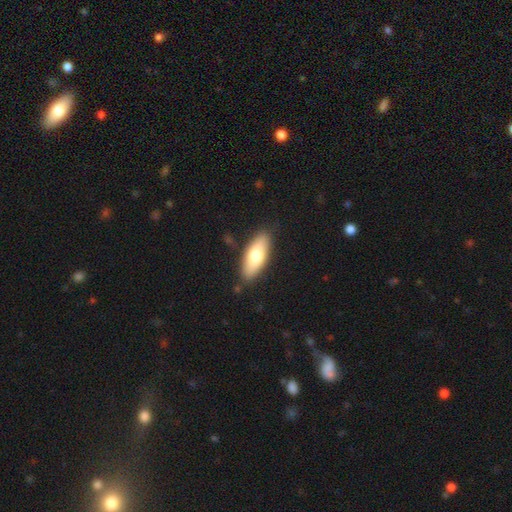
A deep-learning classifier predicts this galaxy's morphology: smooth-or-featured: smooth: 73% | featured or disk: 22% | star or artifact: 6%
  how-rounded: in between: 75% | cigar-shaped: 23% | round: 2%
  merging: none: 85% | minor disturbance: 11% | major disturbance: 2% | merger: 2%